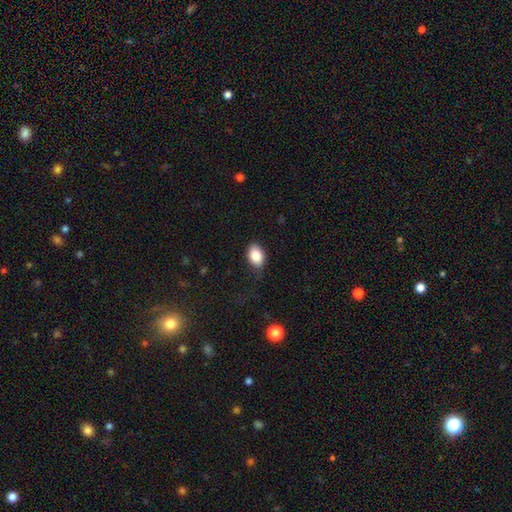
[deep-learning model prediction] Smooth or featured: smooth — 85% (star or artifact — 8%)
How rounded: in between — 87% (round — 12%)
Merging: none — 76% (minor disturbance — 17%)